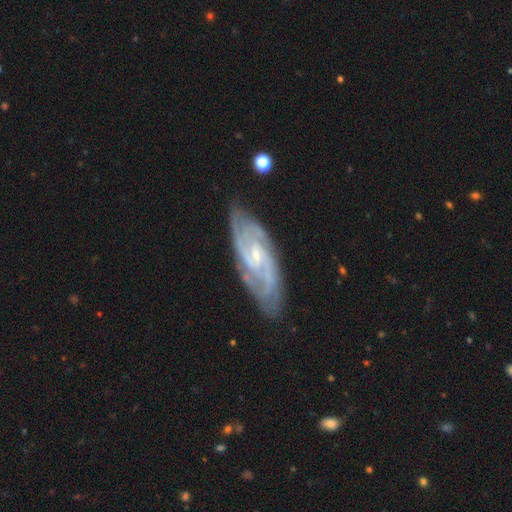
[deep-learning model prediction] smooth_or_featured: featured or disk (p=0.89) [alt: smooth p=0.06]
disk_edge_on: no (p=0.92) [alt: yes p=0.08]
bar: weak (p=0.47) [alt: no p=0.38]
has_spiral_arms: yes (p=0.97) [alt: no p=0.03]
spiral_winding: tight (p=0.54) [alt: medium p=0.39]
spiral_arm_count: 2 (p=0.44) [alt: 3 p=0.21]
bulge_size: small (p=0.75) [alt: moderate p=0.19]
merging: none (p=0.78) [alt: minor disturbance p=0.17]